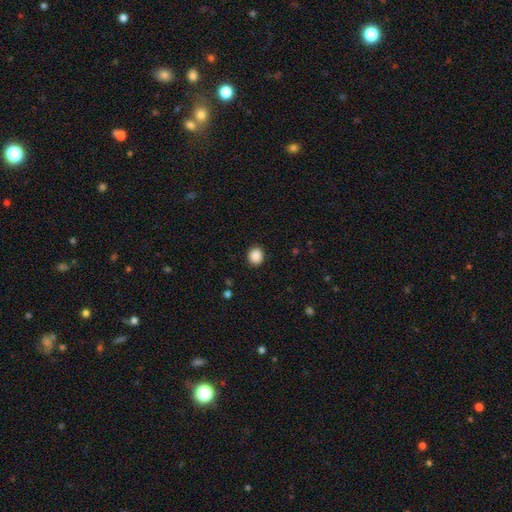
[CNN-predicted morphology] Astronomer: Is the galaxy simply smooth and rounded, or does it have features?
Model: smooth — 89%.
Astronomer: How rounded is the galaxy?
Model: round — 80%.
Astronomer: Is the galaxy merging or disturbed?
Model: none — 90%.